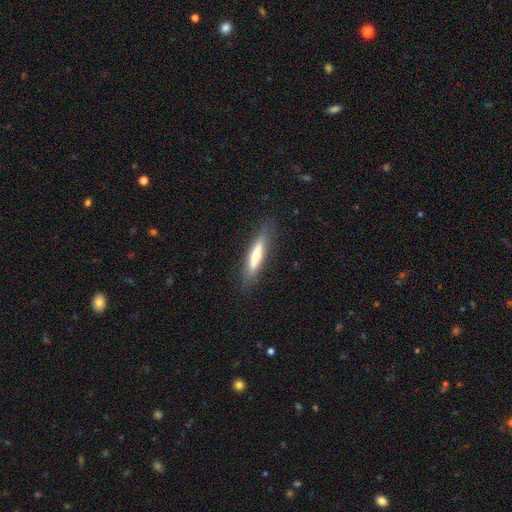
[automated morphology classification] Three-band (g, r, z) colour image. It shows a smooth galaxy with no disk features (56%) that is cigar-shaped (85%). Merging: none (84%).